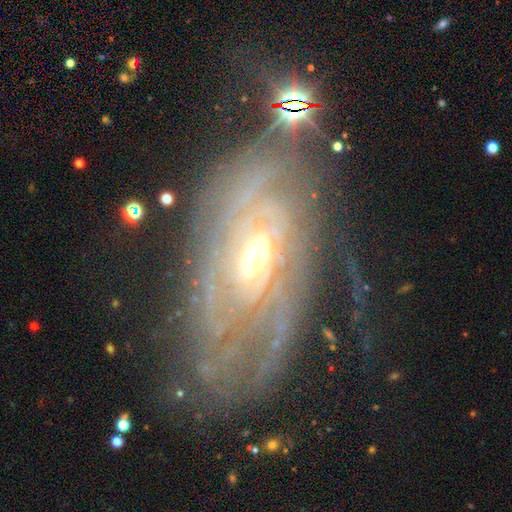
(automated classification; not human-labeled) The model was most divided on "bar": no: 53%, weak: 33%, strong: 14%. Remaining: edge-on disk — no (92%); spiral arms — yes (92%); smooth or featured — featured or disk (87%); spiral winding — tight (71%); bulge size — moderate (63%); merging — none (61%); spiral arm count — can't tell (42%).